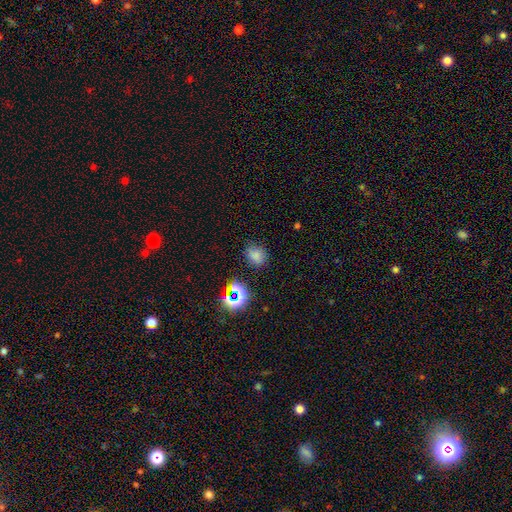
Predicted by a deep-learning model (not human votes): Smooth or featured: smooth — 71% (star or artifact — 23%)
How rounded: round — 51% (in between — 48%)
Merging: none — 77% (minor disturbance — 15%)